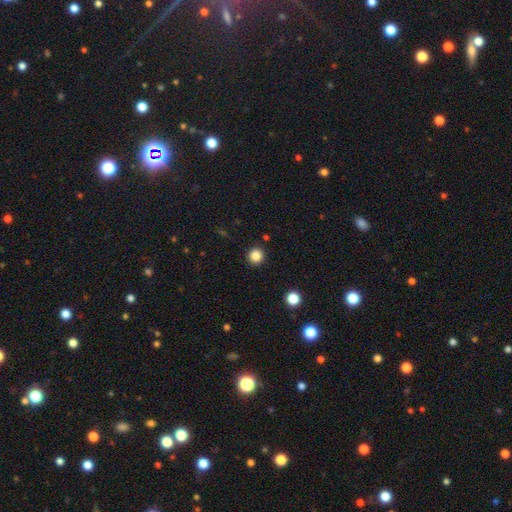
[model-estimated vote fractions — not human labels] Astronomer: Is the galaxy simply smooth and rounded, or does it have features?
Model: smooth — 85%.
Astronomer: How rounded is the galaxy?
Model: round — 94%.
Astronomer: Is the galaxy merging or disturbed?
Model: none — 92%.